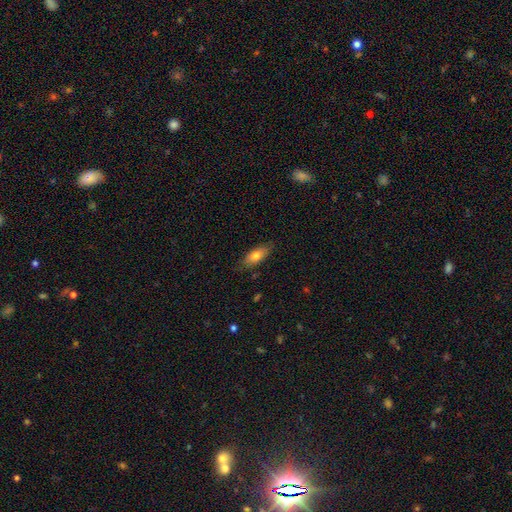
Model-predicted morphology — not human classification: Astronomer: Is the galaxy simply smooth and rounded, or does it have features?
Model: smooth — 74%.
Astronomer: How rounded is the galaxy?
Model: in between — 77%.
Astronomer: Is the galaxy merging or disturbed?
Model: none — 82%.